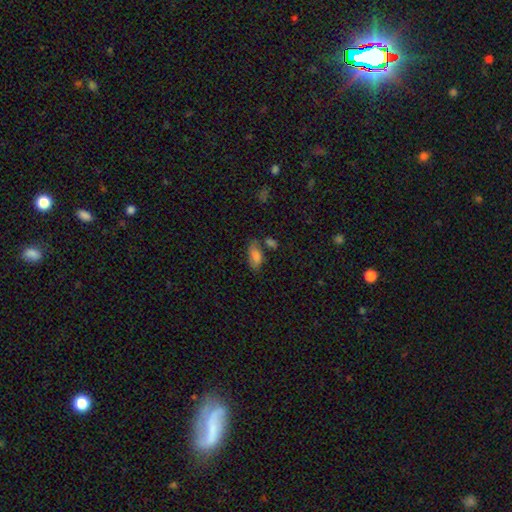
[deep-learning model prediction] Smooth or featured?
  - smooth: 78% *
  - featured or disk: 12%
  - star or artifact: 10%
How rounded?
  - in between: 87% *
  - cigar-shaped: 9%
  - round: 4%
Merging?
  - none: 58% *
  - minor disturbance: 22%
  - merger: 13%
  - major disturbance: 7%